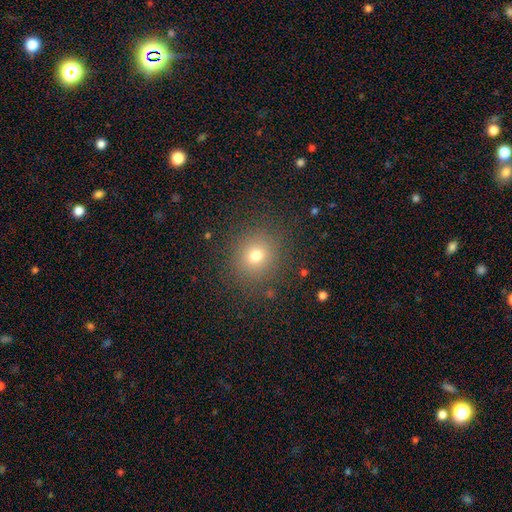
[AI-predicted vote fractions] smooth_or_featured: smooth (p=0.72) [alt: star or artifact p=0.18]
how_rounded: round (p=0.86) [alt: in between p=0.13]
merging: none (p=0.86) [alt: minor disturbance p=0.09]